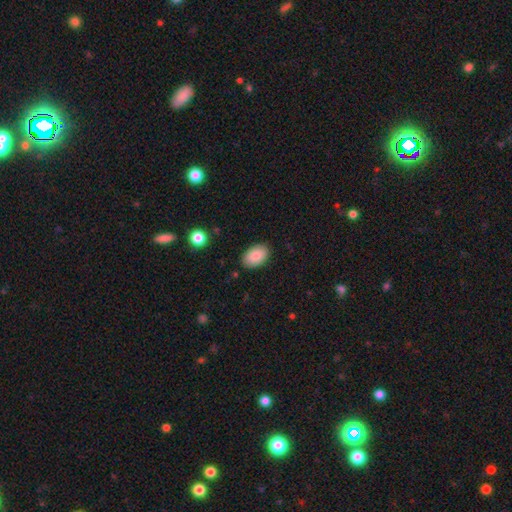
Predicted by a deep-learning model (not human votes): Overall: smooth (86%). How rounded: in between (91%). Merging: none (87%).